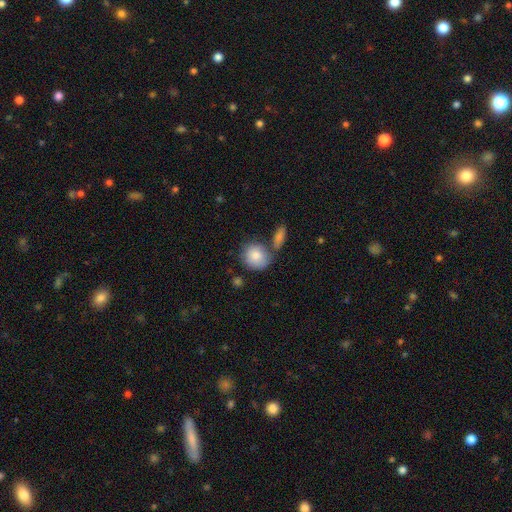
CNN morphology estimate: Q: Smooth or featured?
A: smooth (85%); runner-up: featured or disk (9%)
Q: How rounded?
A: round (75%); runner-up: in between (23%)
Q: Merging?
A: none (55%); runner-up: merger (24%)